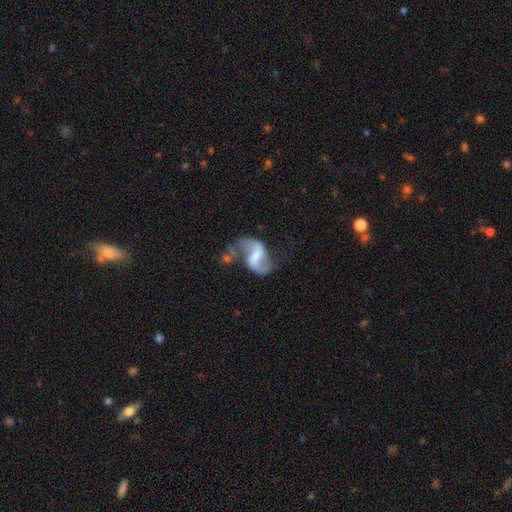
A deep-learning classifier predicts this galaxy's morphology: Smooth or featured: featured or disk — 84% (smooth — 10%)
Edge-on disk: no — 97% (yes — 3%)
Bar: weak — 43% (strong — 41%)
Spiral arms: yes — 93% (no — 7%)
Spiral winding: loose — 71% (medium — 24%)
Spiral arm count: 2 — 92% (1 — 3%)
Bulge size: small — 36% (moderate — 34%)
Merging: none — 54% (minor disturbance — 19%)